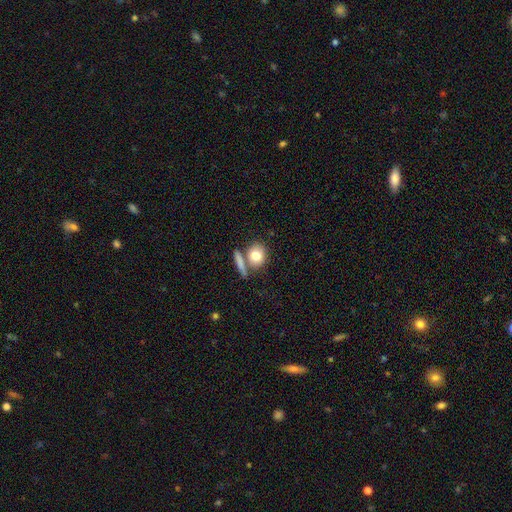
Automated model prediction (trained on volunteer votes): smooth 80%, featured or disk 13%, star or artifact 7%. Down the decision tree: how rounded — round (59%); merging — none (57%).